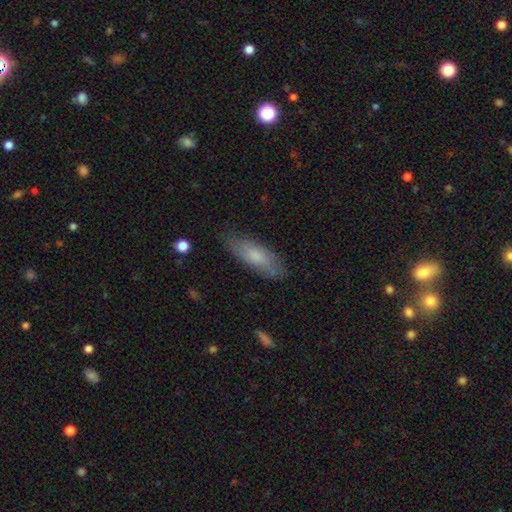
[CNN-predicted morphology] Smooth or featured? Predicted: smooth (p=0.71). How rounded? Predicted: in between (p=0.60). Merging? Predicted: none (p=0.78).